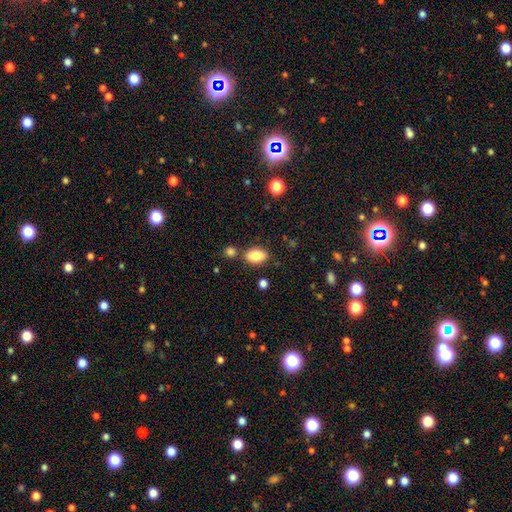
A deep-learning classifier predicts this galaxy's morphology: smooth-or-featured: smooth: 87% | star or artifact: 8% | featured or disk: 6%
  how-rounded: in between: 90% | round: 8% | cigar-shaped: 2%
  merging: none: 76% | minor disturbance: 11% | merger: 10% | major disturbance: 3%